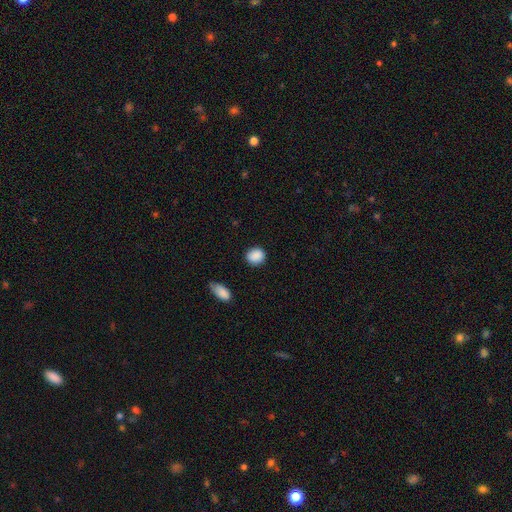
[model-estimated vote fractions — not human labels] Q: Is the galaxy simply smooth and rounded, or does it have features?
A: smooth — 89%.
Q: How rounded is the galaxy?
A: round — 73%.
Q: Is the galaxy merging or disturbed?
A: none — 86%.